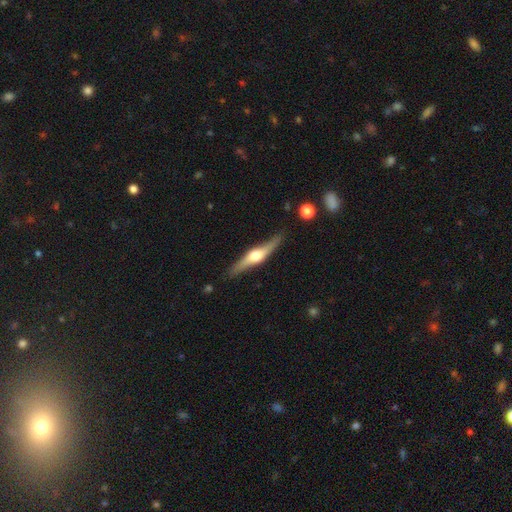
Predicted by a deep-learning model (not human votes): The model was most divided on "smooth or featured": featured or disk: 73%, smooth: 22%, star or artifact: 5%. More confident: edge-on disk — yes (96%); edge-on bulge — rounded (93%); merging — none (85%).